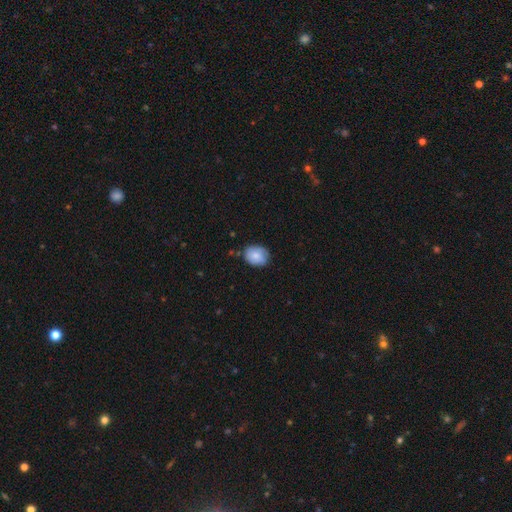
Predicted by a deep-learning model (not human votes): A smooth galaxy with no disk features (77%) that is in between round and cigar-shaped (51%). Merging: none (71%).